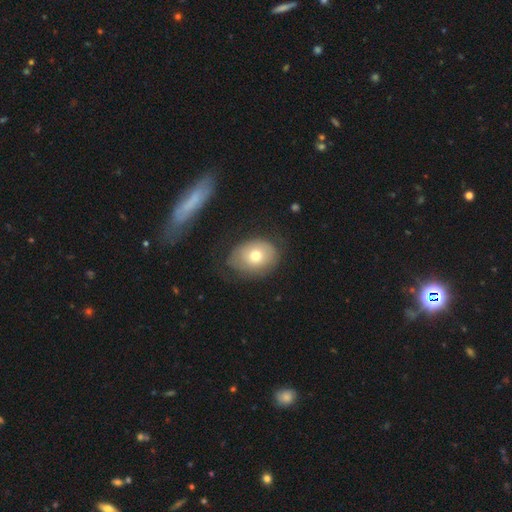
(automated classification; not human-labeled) Morphology: type=smooth (67%); roundness=in between (61%); merging=none (63%).